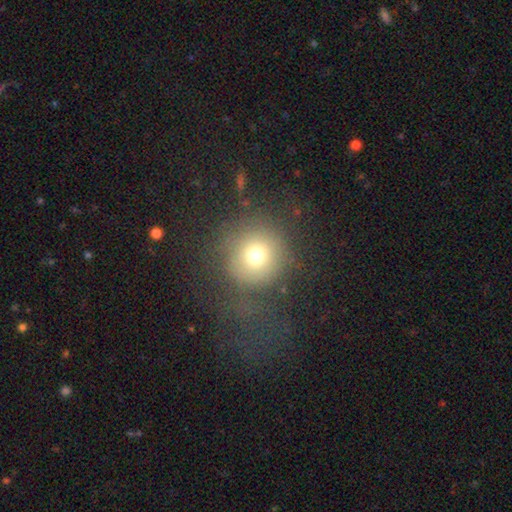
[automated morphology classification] Overall: smooth (72%). How rounded: round (92%). Merging: none (59%; major disturbance 24%).